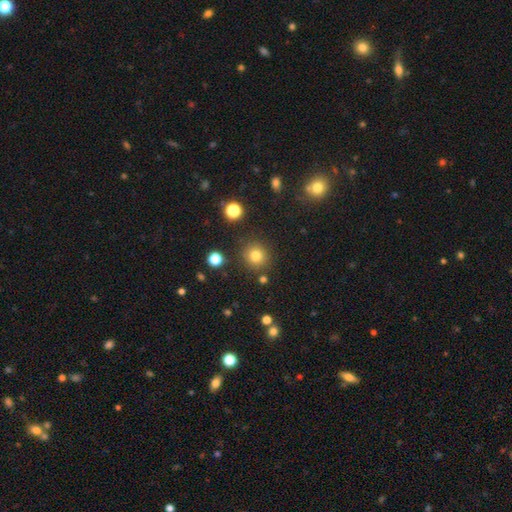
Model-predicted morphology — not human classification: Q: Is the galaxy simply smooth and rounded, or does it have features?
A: smooth — 80%.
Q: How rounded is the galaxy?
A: round — 91%.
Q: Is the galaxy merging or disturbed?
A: none — 86%.